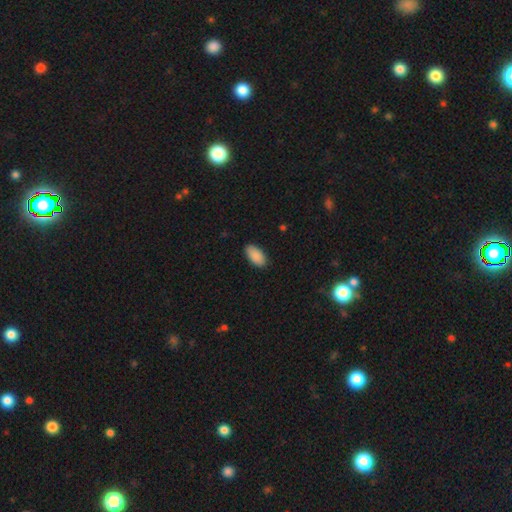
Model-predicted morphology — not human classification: A smooth galaxy with no disk features (90%) that is in between round and cigar-shaped (94%). Merging: none (87%).